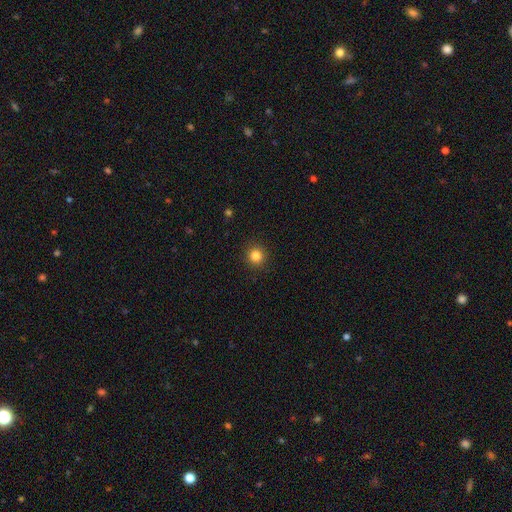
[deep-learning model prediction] A smooth galaxy with no disk features (83%) that is round (94%).

Vote fractions:
- Smooth or featured? smooth: 83% / star or artifact: 12% / featured or disk: 4%
- How rounded? round: 94% / in between: 5% / cigar-shaped: 1%
- Merging? none: 92% / minor disturbance: 5% / major disturbance: 2% / merger: 1%